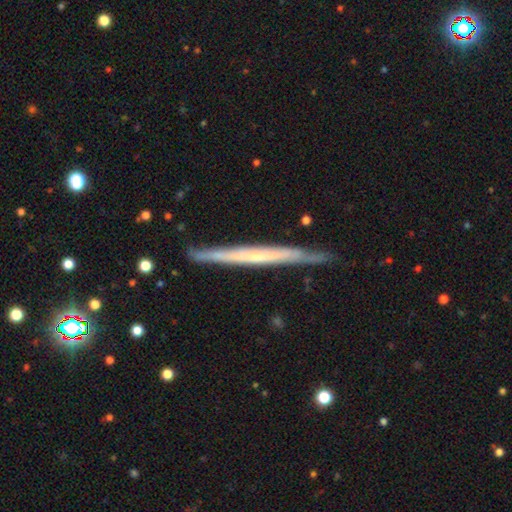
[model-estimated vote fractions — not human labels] featured or disk 67%, smooth 28%, star or artifact 5%. Down the decision tree: edge-on disk — yes (96%); edge-on bulge — none (74%); merging — none (84%).